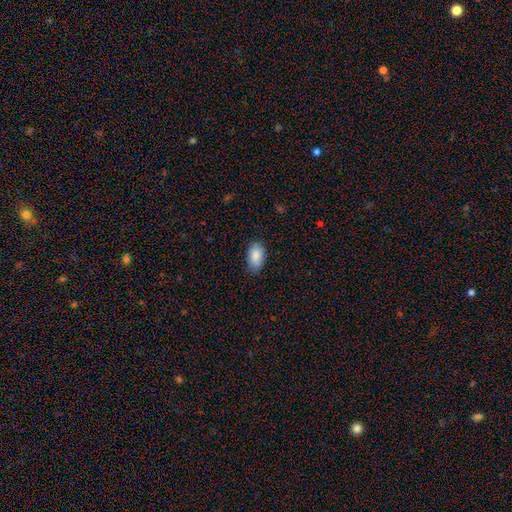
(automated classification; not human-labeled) This is clearly a smooth galaxy (87%). How rounded: clearly in between (92%). Merging: likely none (79%).